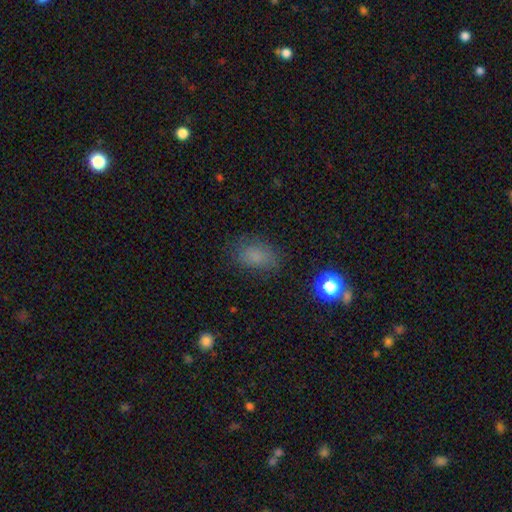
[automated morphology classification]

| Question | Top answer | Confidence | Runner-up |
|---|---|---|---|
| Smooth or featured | smooth | 77% | star or artifact (15%) |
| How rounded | in between | 83% | round (15%) |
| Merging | none | 76% | minor disturbance (16%) |